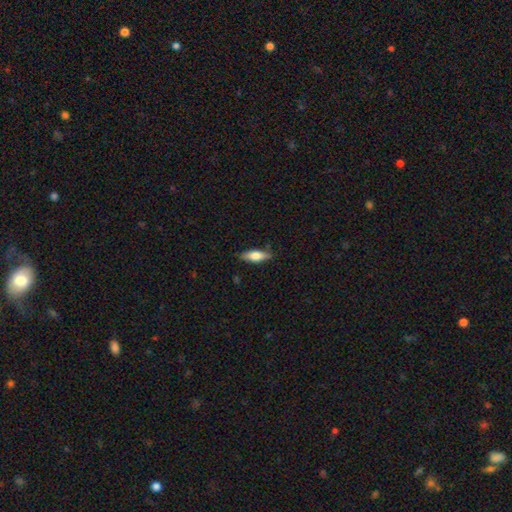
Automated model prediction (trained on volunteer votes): Morphology: type=smooth (69%); roundness=in between (57%); merging=none (82%).